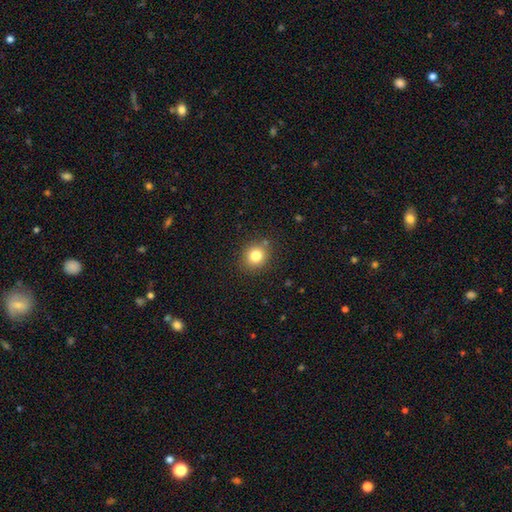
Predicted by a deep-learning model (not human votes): A smooth galaxy with no disk features (81%) that is round (82%).

Vote fractions:
- Smooth or featured? smooth: 81% / star or artifact: 12% / featured or disk: 7%
- How rounded? round: 82% / in between: 17% / cigar-shaped: 1%
- Merging? none: 85% / minor disturbance: 9% / merger: 3% / major disturbance: 3%